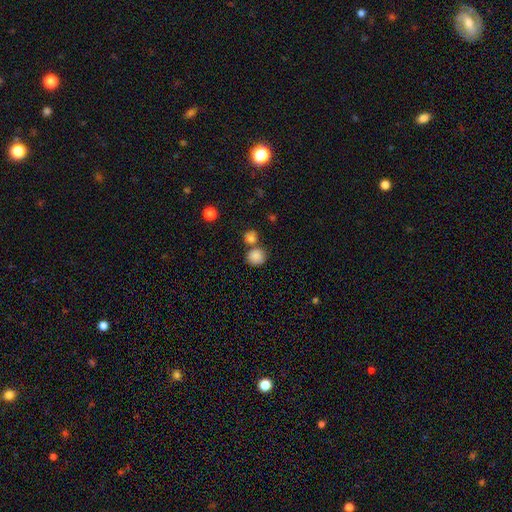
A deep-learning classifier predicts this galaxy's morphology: A smooth galaxy with no disk features (85%) that is round (85%).

Vote fractions:
- Smooth or featured? smooth: 85% / star or artifact: 10% / featured or disk: 5%
- How rounded? round: 85% / in between: 14% / cigar-shaped: 1%
- Merging? none: 59% / merger: 29% / minor disturbance: 9% / major disturbance: 3%